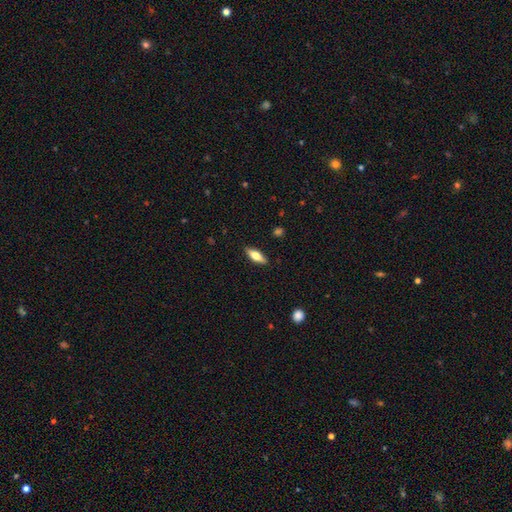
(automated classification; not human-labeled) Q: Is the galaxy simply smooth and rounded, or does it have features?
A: smooth — 57%.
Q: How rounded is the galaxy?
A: in between — 60%.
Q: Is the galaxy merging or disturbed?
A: none — 88%.